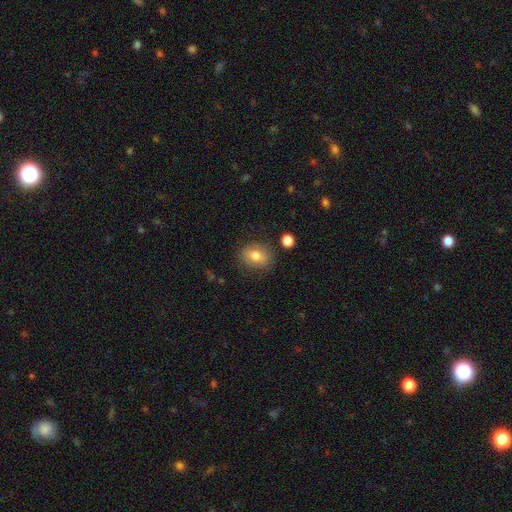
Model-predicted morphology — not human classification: Smooth or featured? smooth (76%)
How rounded? in between (52%)
Merging? none (82%)